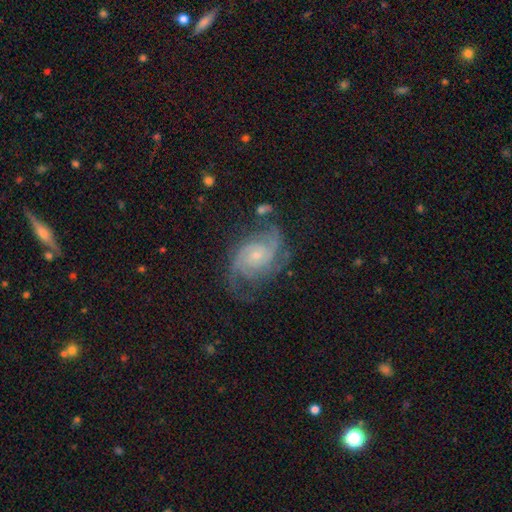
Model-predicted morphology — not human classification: This appears to be a featured or disk galaxy (88%) with no bar (66%), 2 (52%) medium (44%) spiral arms (97%) and a small central bulge (72%). Merging: none (65%).